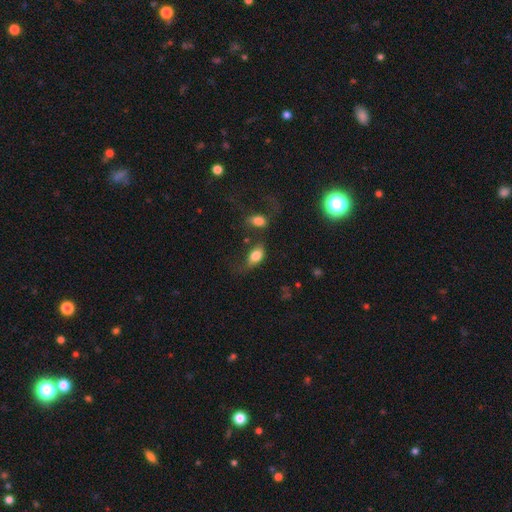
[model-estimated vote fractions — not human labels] This appears to be a smooth galaxy with no disk features (78%) that is in between round and cigar-shaped (88%). Merging: none (35%).